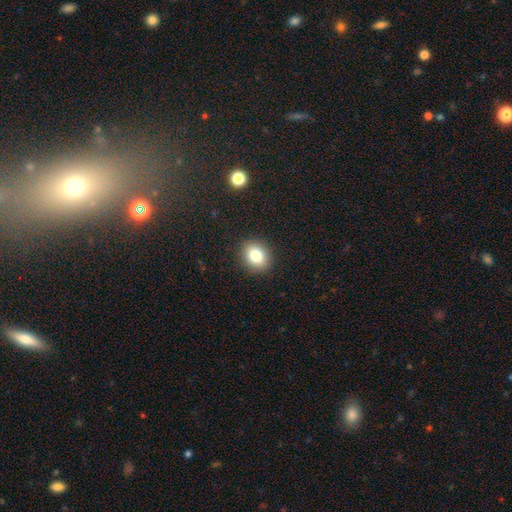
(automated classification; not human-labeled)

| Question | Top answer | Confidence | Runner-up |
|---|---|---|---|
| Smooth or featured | smooth | 81% | star or artifact (11%) |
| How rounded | round | 63% | in between (36%) |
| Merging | none | 90% | minor disturbance (7%) |